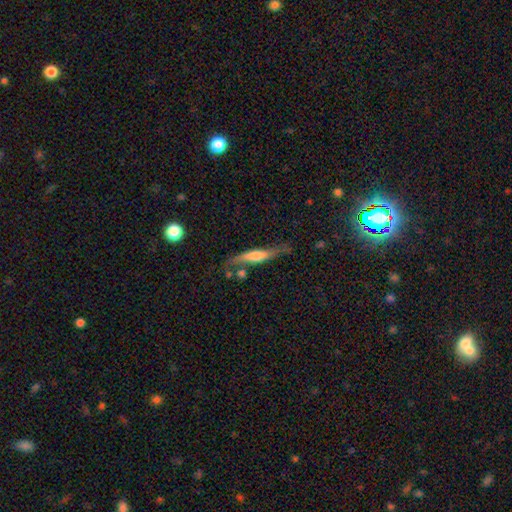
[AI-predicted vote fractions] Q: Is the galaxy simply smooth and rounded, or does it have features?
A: featured or disk — 54%.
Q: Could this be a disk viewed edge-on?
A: yes — 78%.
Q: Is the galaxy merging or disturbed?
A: none — 58%.